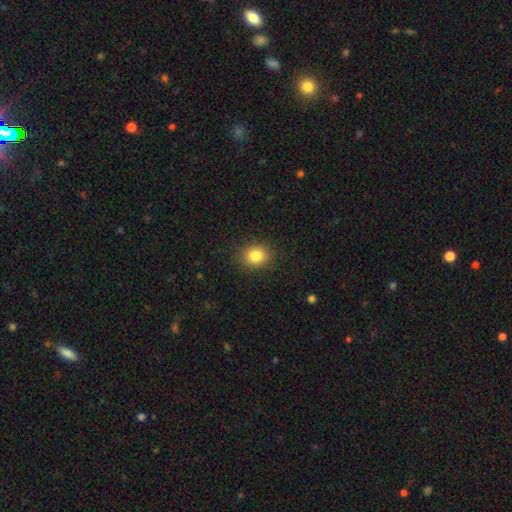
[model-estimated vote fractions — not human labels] smooth_or_featured: smooth (p=0.84) [alt: star or artifact p=0.11]
how_rounded: round (p=0.71) [alt: in between p=0.28]
merging: none (p=0.89) [alt: minor disturbance p=0.08]